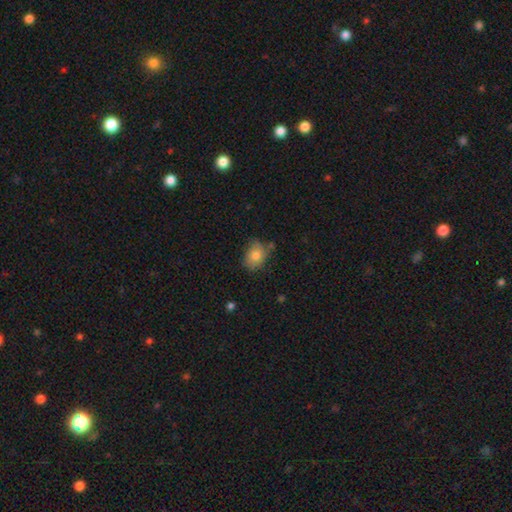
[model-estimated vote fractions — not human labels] Smooth or featured?
  - smooth: 78% *
  - featured or disk: 13%
  - star or artifact: 9%
How rounded?
  - in between: 63% *
  - round: 36%
  - cigar-shaped: 1%
Merging?
  - none: 62% *
  - minor disturbance: 27%
  - major disturbance: 6%
  - merger: 5%